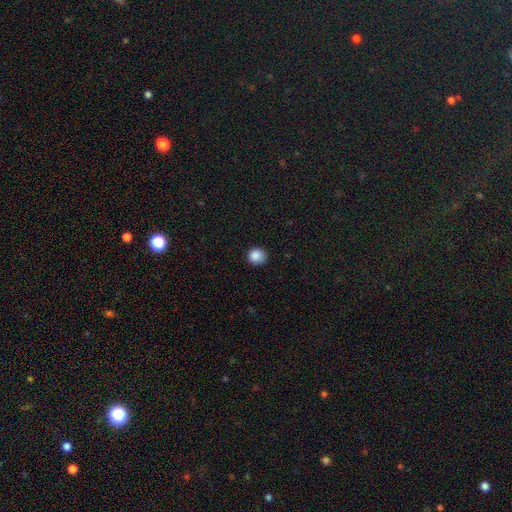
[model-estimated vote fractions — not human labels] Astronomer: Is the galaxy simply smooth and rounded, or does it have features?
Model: smooth — 88%.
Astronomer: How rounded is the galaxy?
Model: round — 88%.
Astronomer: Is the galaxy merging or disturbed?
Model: none — 88%.